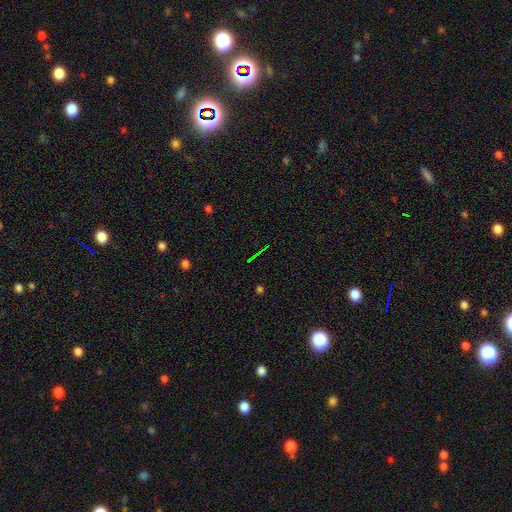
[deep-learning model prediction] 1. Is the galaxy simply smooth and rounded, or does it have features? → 73% star or artifact, 14% smooth, 13% featured or disk.